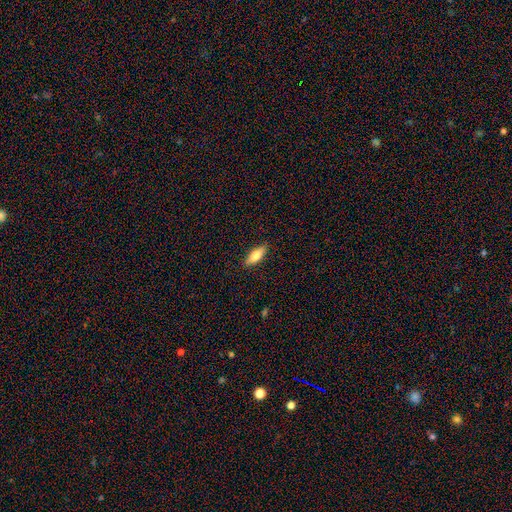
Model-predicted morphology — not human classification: A smooth galaxy with no disk features (77%) that is in between round and cigar-shaped (65%).

Vote fractions:
- Smooth or featured? smooth: 77% / featured or disk: 17% / star or artifact: 6%
- How rounded? in between: 65% / cigar-shaped: 33% / round: 2%
- Merging? none: 88% / minor disturbance: 9% / major disturbance: 2% / merger: 1%